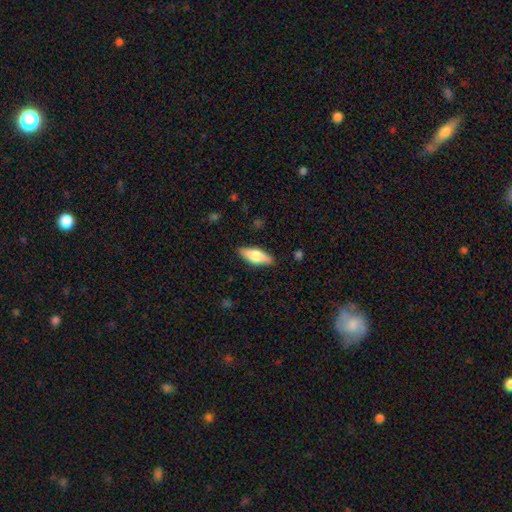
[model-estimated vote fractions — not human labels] Smooth or featured?
  - smooth: 64% *
  - featured or disk: 30%
  - star or artifact: 6%
How rounded?
  - in between: 65% *
  - cigar-shaped: 32%
  - round: 3%
Merging?
  - none: 86% *
  - minor disturbance: 10%
  - major disturbance: 2%
  - merger: 1%